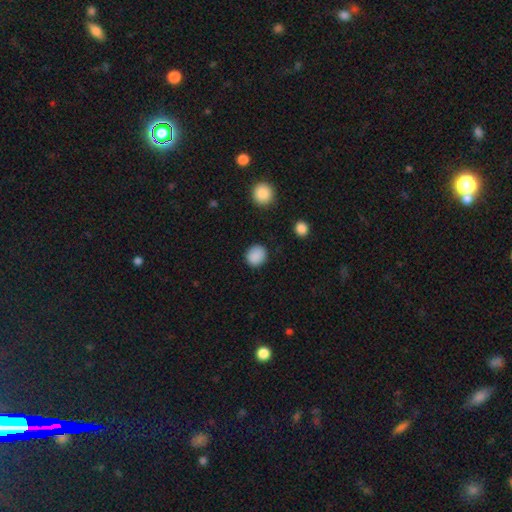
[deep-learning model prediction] Smooth or featured: smooth — 88% (star or artifact — 9%)
How rounded: round — 82% (in between — 17%)
Merging: none — 88% (minor disturbance — 8%)